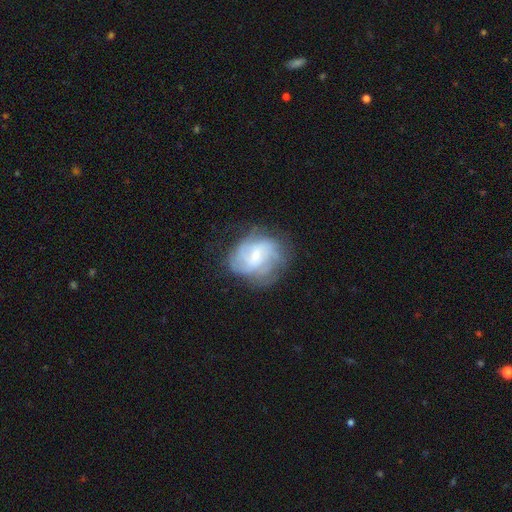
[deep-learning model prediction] This appears to be a featured or disk galaxy (65%) with a weak bar (52%), spiral arms (78%) and a small central bulge (50%). Merging: none (58%).